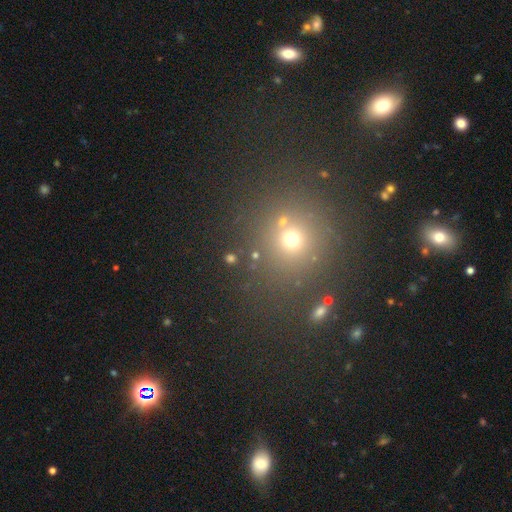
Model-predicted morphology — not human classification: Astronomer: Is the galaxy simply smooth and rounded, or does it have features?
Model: smooth — 61%.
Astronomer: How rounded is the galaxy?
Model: round — 87%.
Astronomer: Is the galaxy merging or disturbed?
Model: none — 79%.